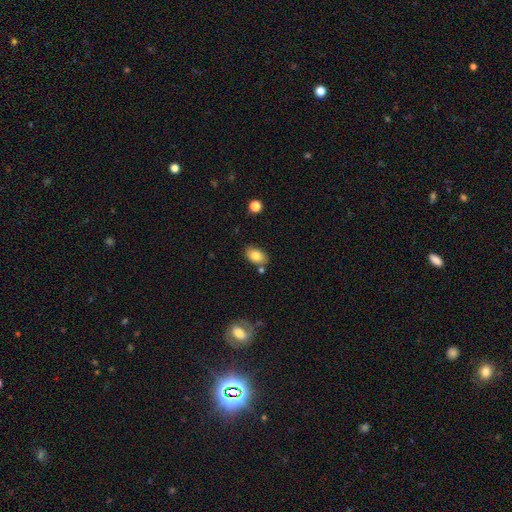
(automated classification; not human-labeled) Smooth or featured: smooth — 82% (featured or disk — 10%)
How rounded: in between — 86% (round — 12%)
Merging: none — 76% (minor disturbance — 13%)